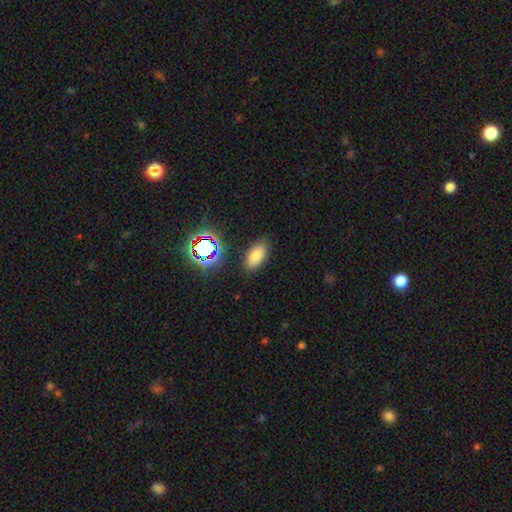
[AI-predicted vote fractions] This is likely a smooth galaxy (75%). How rounded: clearly in between (91%). Merging: clearly none (83%).